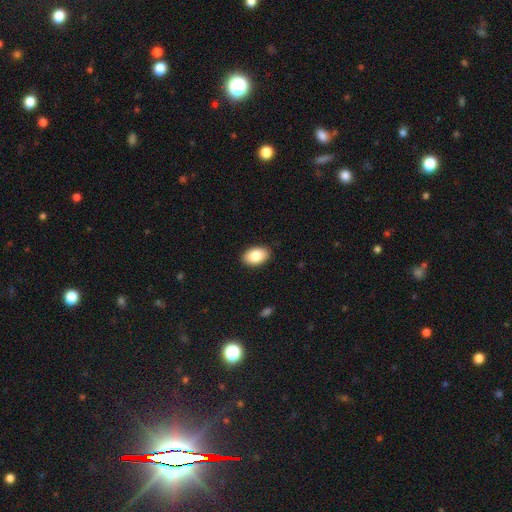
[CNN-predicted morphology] Smooth or featured: smooth — 86% (star or artifact — 7%)
How rounded: in between — 90% (round — 9%)
Merging: none — 89% (minor disturbance — 8%)